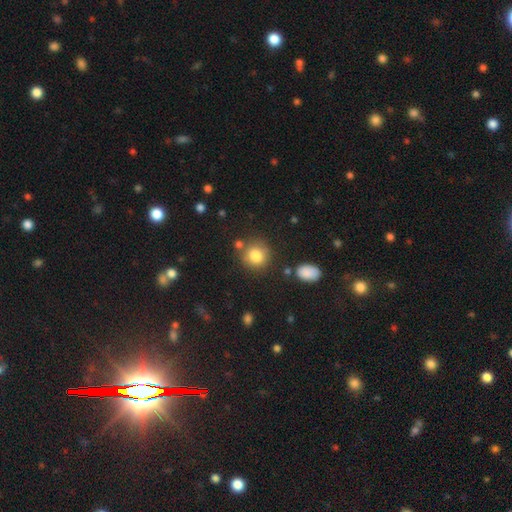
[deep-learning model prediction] Smooth or featured? Predicted: smooth (p=0.82). How rounded? Predicted: round (p=0.87). Merging? Predicted: none (p=0.76).